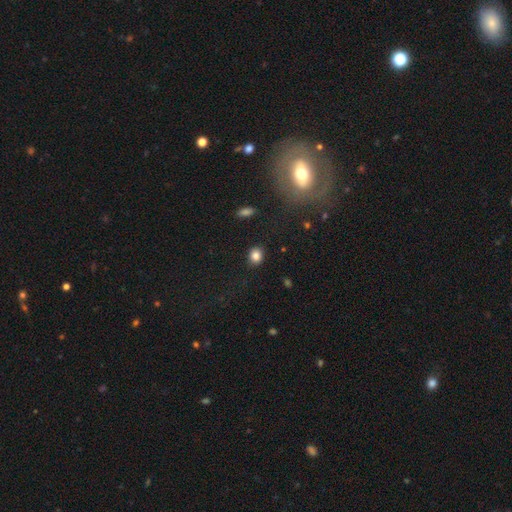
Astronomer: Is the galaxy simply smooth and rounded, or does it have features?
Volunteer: smooth — 92%.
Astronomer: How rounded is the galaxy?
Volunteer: round — 76%.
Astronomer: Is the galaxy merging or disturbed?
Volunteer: none — 79%.